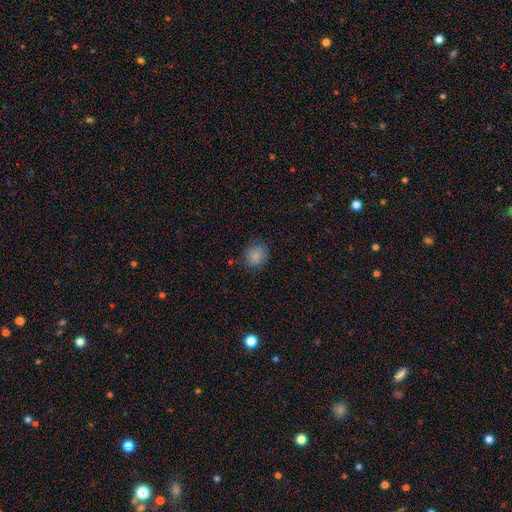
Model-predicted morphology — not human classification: A smooth galaxy with no disk features (84%) that is round (71%). Merging: none (78%).